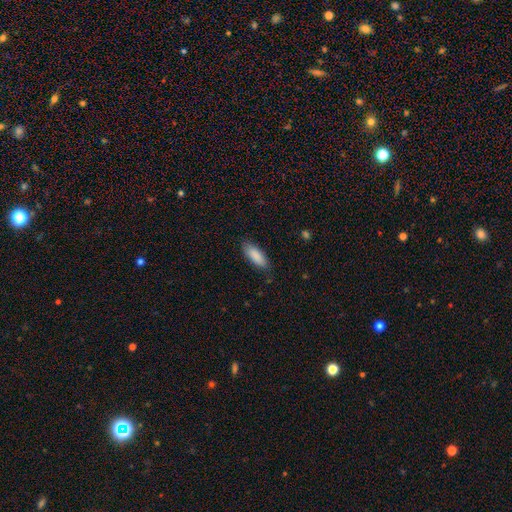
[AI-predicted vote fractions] Morphology: type=smooth (88%); roundness=in between (73%); merging=none (83%).